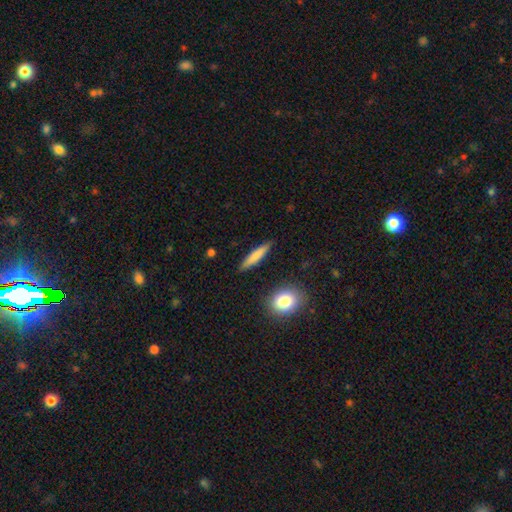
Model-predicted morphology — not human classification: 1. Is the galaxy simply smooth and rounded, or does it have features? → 73% smooth, 21% featured or disk, 6% star or artifact.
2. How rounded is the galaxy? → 87% cigar-shaped, 11% in between, 2% round.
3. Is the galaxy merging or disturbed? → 88% none, 9% minor disturbance, 2% major disturbance, 2% merger.